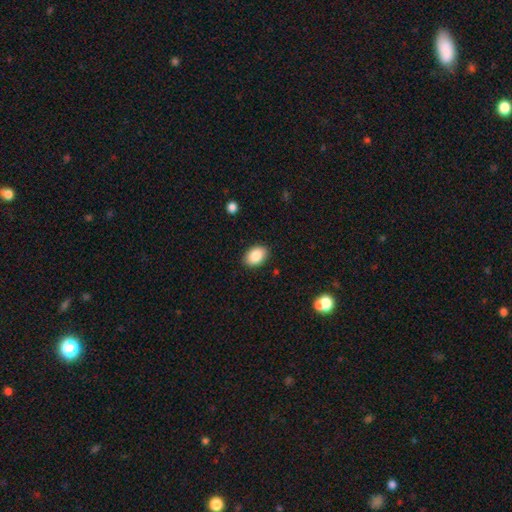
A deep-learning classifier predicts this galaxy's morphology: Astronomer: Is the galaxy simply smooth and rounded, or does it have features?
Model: smooth — 87%.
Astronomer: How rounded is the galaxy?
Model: in between — 84%.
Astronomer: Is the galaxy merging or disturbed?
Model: none — 88%.